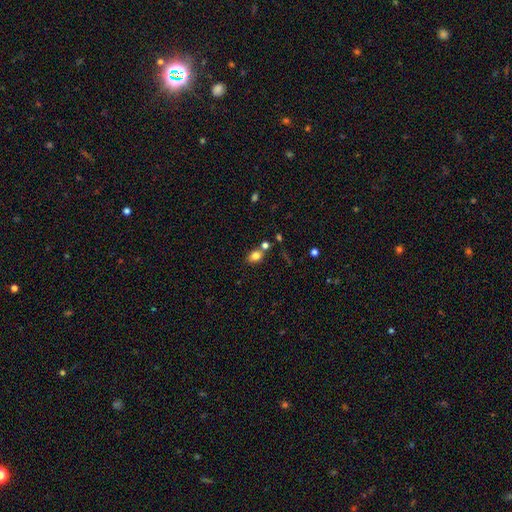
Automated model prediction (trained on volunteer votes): Morphology: type=smooth (80%); roundness=in between (67%); merging=none (62%).